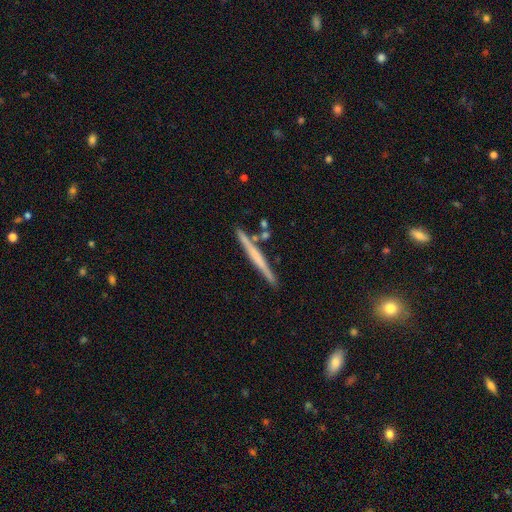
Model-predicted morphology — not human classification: This is possibly a featured or disk galaxy (53%). It is clearly viewed edge-on (98%). Edge-on bulge: likely none (77%). Merging: clearly none (87%).